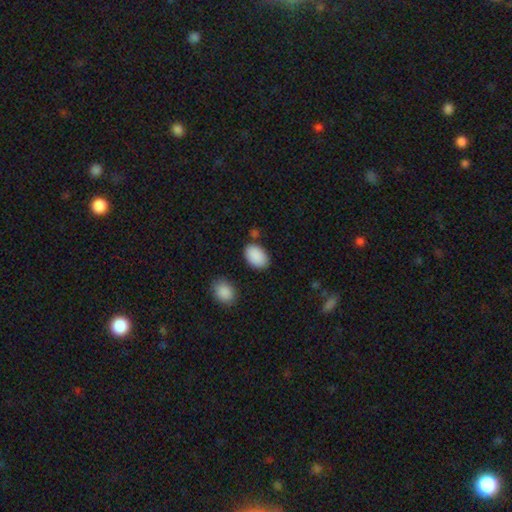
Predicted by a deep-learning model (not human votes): Smooth or featured?
  - smooth: 90% *
  - star or artifact: 7%
  - featured or disk: 3%
How rounded?
  - in between: 91% *
  - round: 8%
  - cigar-shaped: 1%
Merging?
  - none: 80% *
  - minor disturbance: 12%
  - merger: 5%
  - major disturbance: 3%